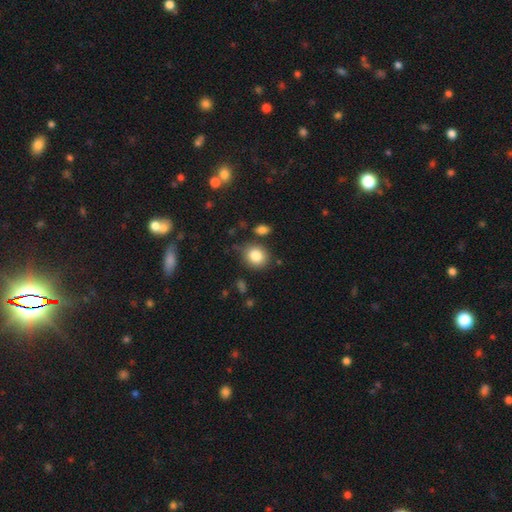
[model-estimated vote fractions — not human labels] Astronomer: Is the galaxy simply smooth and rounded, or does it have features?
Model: smooth — 84%.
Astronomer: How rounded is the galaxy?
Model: round — 71%.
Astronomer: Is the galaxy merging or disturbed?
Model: none — 77%.